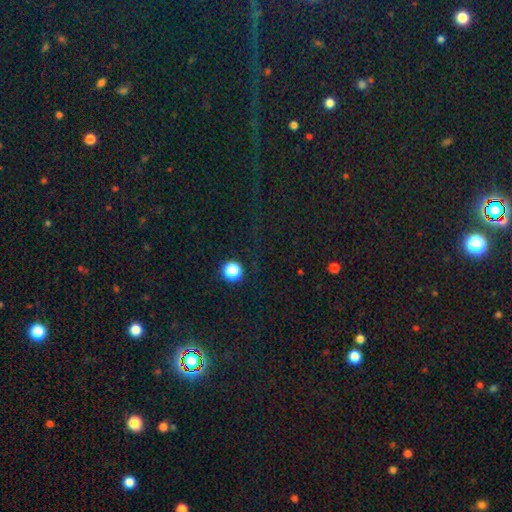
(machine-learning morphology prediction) Smooth or featured? Predicted: star or artifact (p=0.79).